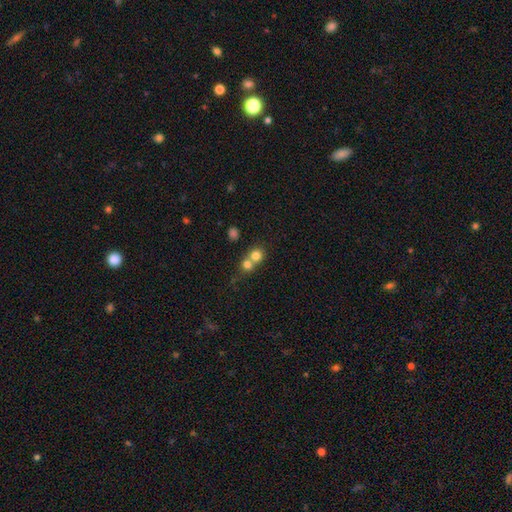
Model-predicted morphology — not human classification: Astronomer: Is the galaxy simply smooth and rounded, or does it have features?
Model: smooth — 76%.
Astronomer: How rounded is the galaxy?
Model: round — 85%.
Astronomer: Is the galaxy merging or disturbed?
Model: merger — 56% (runner-up: none, 37%).